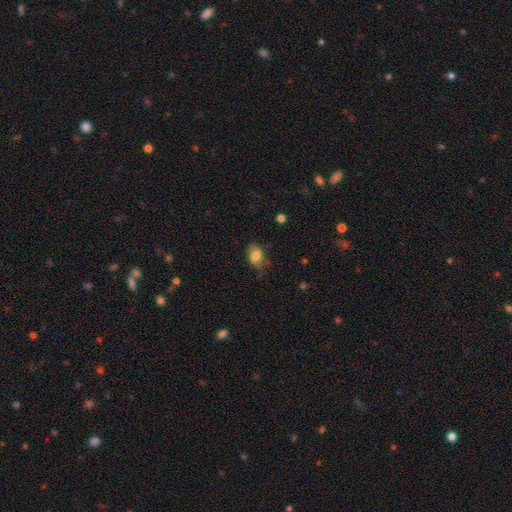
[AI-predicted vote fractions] A smooth galaxy with no disk features (80%) that is in between round and cigar-shaped (76%). Merging: none (65%).